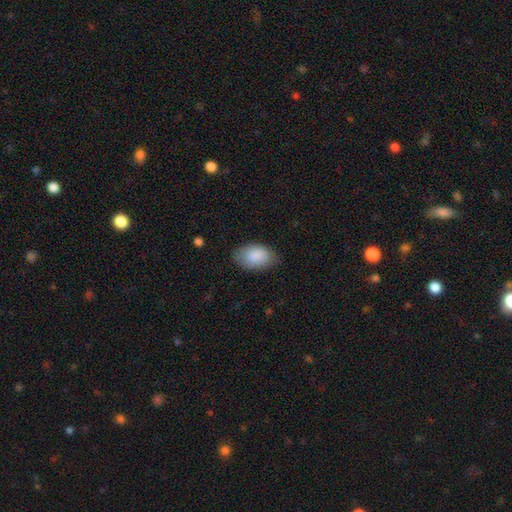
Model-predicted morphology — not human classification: Q: Smooth or featured?
A: smooth (88%); runner-up: star or artifact (6%)
Q: How rounded?
A: in between (92%); runner-up: round (6%)
Q: Merging?
A: none (76%); runner-up: minor disturbance (19%)